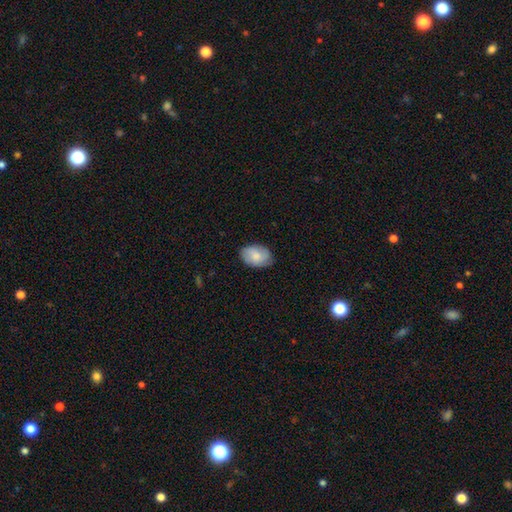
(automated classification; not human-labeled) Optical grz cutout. It shows a smooth galaxy with no disk features (72%) that is in between round and cigar-shaped (87%). Merging: none (78%).